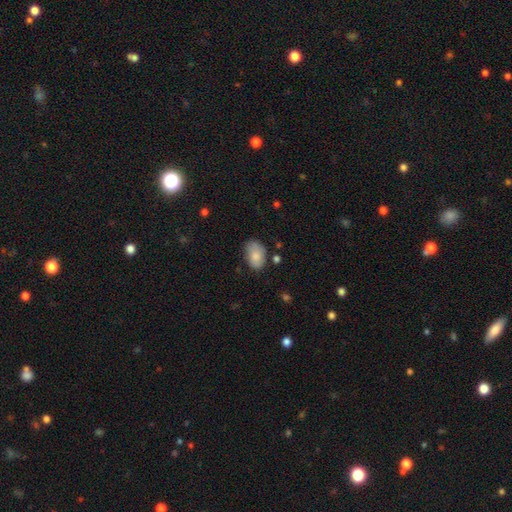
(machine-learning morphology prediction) Q: Smooth or featured?
A: smooth (81%); runner-up: featured or disk (12%)
Q: How rounded?
A: in between (87%); runner-up: round (12%)
Q: Merging?
A: none (64%); runner-up: minor disturbance (26%)